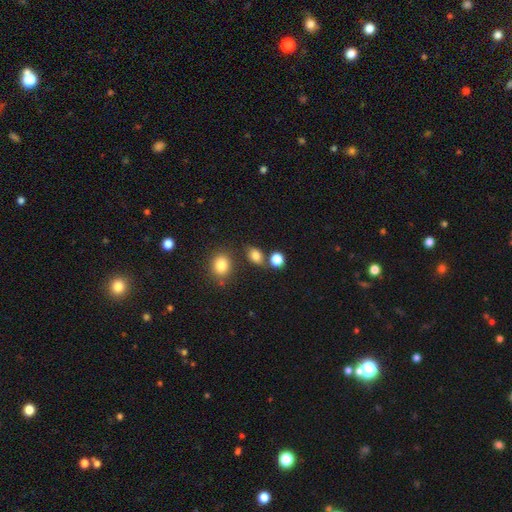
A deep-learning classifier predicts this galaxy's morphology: Q: Smooth or featured?
A: smooth (81%); runner-up: star or artifact (12%)
Q: How rounded?
A: in between (63%); runner-up: round (35%)
Q: Merging?
A: none (71%); runner-up: merger (13%)